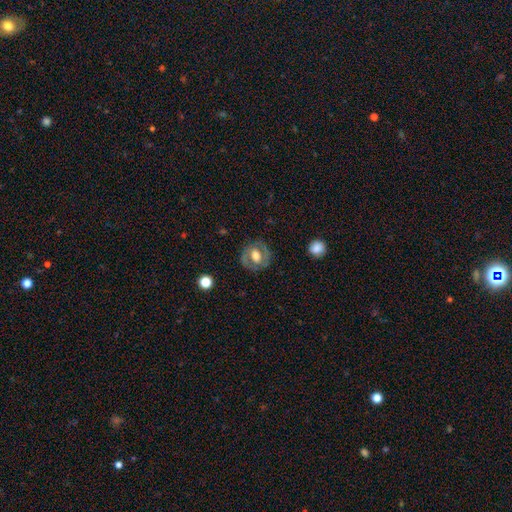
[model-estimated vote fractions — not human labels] smooth_or_featured: featured or disk (p=0.52) [alt: smooth p=0.41]
disk_edge_on: no (p=0.95) [alt: yes p=0.05]
merging: none (p=0.78) [alt: minor disturbance p=0.14]